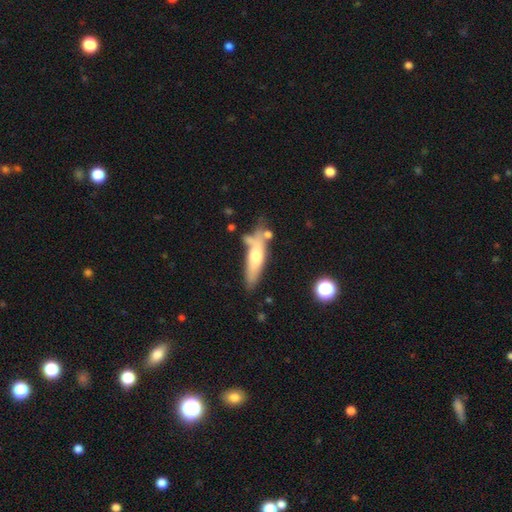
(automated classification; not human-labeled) Overall: smooth (52%; featured or disk 41%). How rounded: cigar-shaped (68%; in between 30%). Merging: none (50%; minor disturbance 23%).